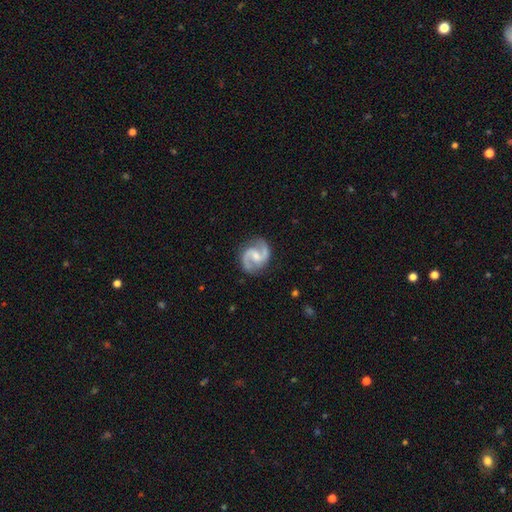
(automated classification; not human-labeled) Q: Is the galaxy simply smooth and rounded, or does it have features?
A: featured or disk — 92%.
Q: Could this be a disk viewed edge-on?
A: no — 98%.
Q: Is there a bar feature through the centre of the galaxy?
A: weak — 52%.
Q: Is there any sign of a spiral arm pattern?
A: yes — 98%.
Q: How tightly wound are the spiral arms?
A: medium — 63%.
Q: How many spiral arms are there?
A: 2 — 94%.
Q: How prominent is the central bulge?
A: small — 42%.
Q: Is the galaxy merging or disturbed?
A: none — 84%.